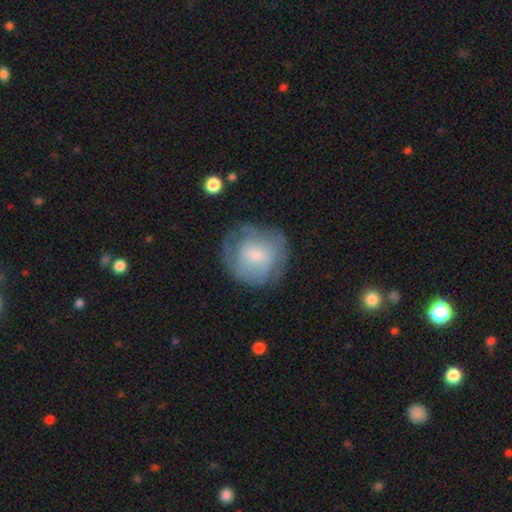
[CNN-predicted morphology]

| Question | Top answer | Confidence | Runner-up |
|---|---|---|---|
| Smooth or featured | smooth | 49% | featured or disk (44%) |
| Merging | none | 64% | minor disturbance (22%) |